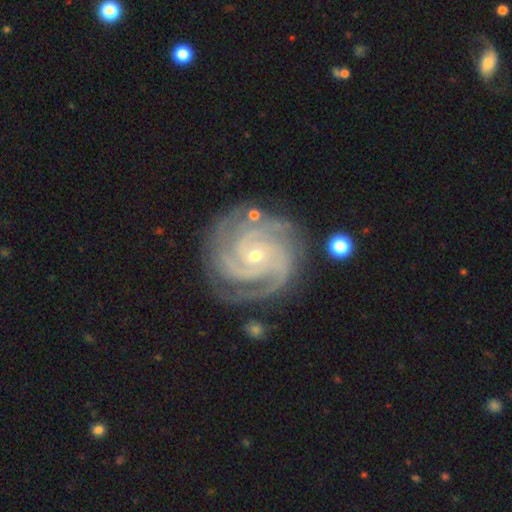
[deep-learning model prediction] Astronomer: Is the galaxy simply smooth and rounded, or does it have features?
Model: featured or disk — 92%.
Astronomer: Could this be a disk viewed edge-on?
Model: no — 98%.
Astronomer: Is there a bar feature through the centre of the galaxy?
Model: no — 66%.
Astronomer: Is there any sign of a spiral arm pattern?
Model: yes — 99%.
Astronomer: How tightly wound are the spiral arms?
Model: tight — 75%.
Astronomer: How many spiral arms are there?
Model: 3 — 38% (runner-up: 4, 31%).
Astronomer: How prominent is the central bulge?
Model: small — 73%.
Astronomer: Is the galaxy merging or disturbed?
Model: none — 79%.